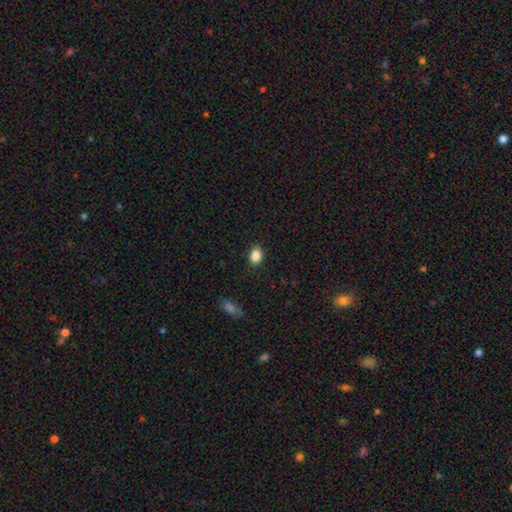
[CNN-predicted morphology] A smooth galaxy with no disk features (86%) that is in between round and cigar-shaped (74%). Merging: none (88%).